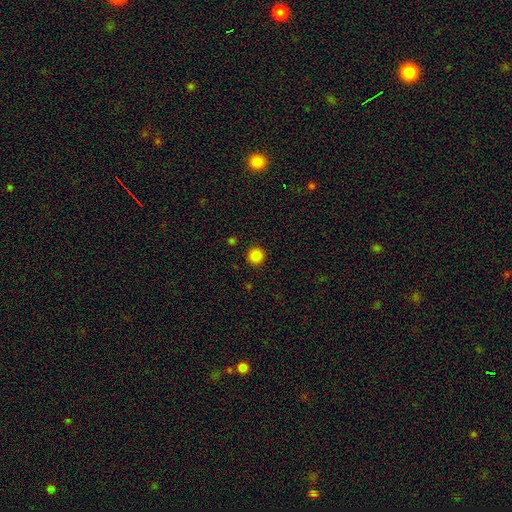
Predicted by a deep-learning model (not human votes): Q: Smooth or featured?
A: smooth (86%); runner-up: star or artifact (12%)
Q: How rounded?
A: round (95%); runner-up: in between (4%)
Q: Merging?
A: none (92%); runner-up: minor disturbance (5%)